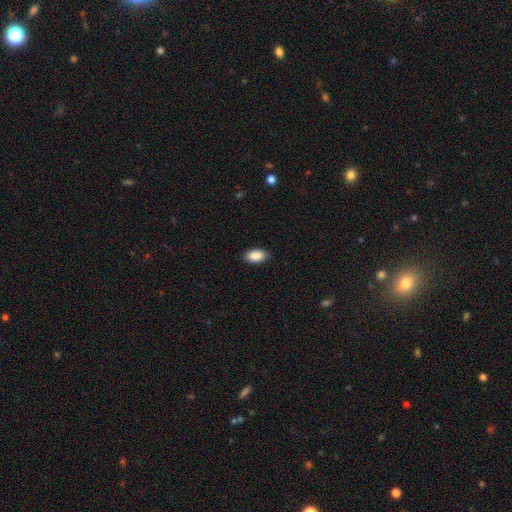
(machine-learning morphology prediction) This is clearly a smooth galaxy (90%). How rounded: clearly in between (94%). Merging: clearly none (89%).